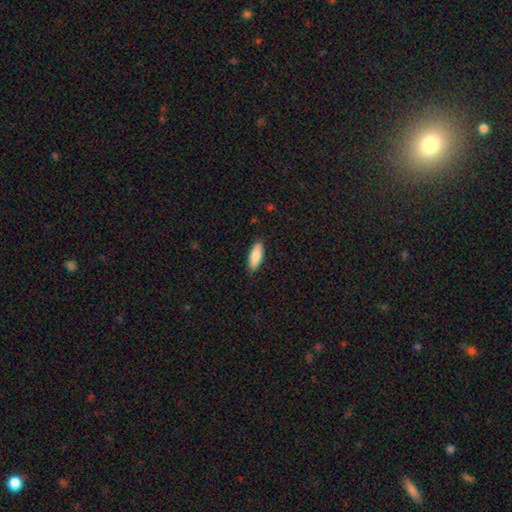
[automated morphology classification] smooth-or-featured: smooth: 84% | featured or disk: 10% | star or artifact: 6%
  how-rounded: in between: 72% | cigar-shaped: 26% | round: 2%
  merging: none: 88% | minor disturbance: 9% | major disturbance: 2% | merger: 1%